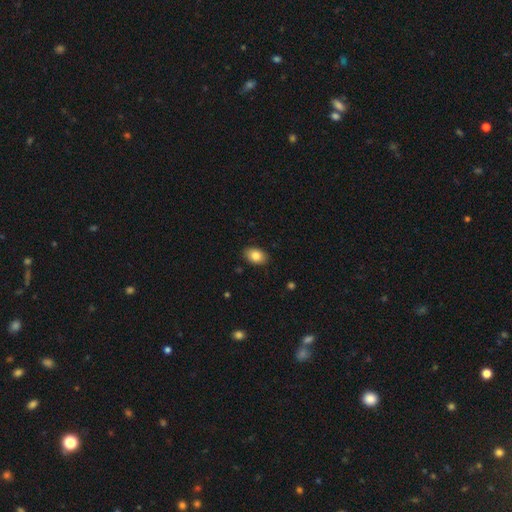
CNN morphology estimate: A smooth galaxy with no disk features (84%) that is in between round and cigar-shaped (84%).

Vote fractions:
- Smooth or featured? smooth: 84% / featured or disk: 8% / star or artifact: 8%
- How rounded? in between: 84% / round: 15% / cigar-shaped: 1%
- Merging? none: 88% / minor disturbance: 9% / major disturbance: 2% / merger: 1%